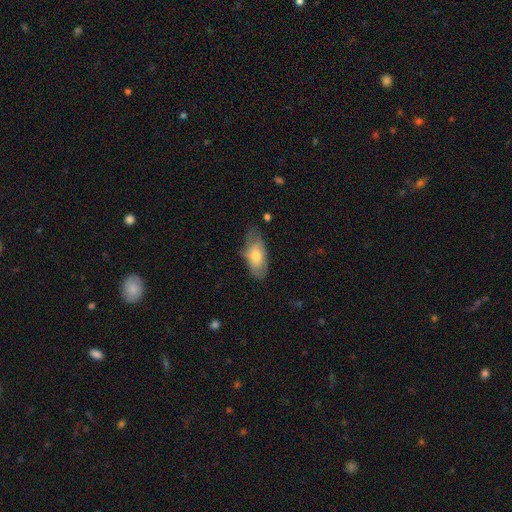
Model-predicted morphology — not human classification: Smooth or featured? smooth (67%)
How rounded? in between (87%)
Merging? none (56%)